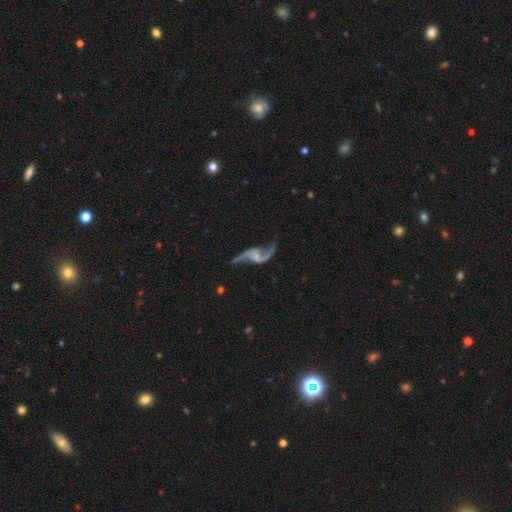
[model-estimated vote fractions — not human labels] Smooth or featured: featured or disk — 90% (smooth — 5%)
Edge-on disk: no — 96% (yes — 4%)
Bar: no — 54% (weak — 35%)
Spiral arms: yes — 96% (no — 4%)
Spiral winding: loose — 88% (medium — 10%)
Spiral arm count: 2 — 93% (1 — 2%)
Bulge size: none — 41% (small — 38%)
Merging: none — 68% (minor disturbance — 16%)